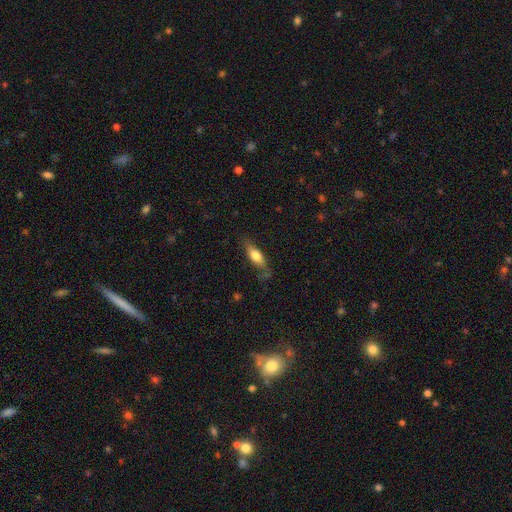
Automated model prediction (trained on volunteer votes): Smooth or featured?
  - smooth: 65% *
  - featured or disk: 28%
  - star or artifact: 7%
How rounded?
  - in between: 60% *
  - cigar-shaped: 37%
  - round: 3%
Merging?
  - none: 65% *
  - minor disturbance: 24%
  - major disturbance: 8%
  - merger: 3%